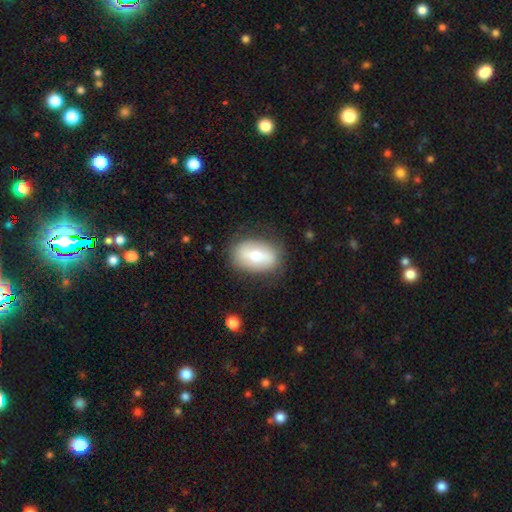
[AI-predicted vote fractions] smooth_or_featured: smooth (p=0.54) [alt: featured or disk p=0.39]
how_rounded: in between (p=0.83) [alt: round p=0.14]
merging: none (p=0.81) [alt: minor disturbance p=0.13]